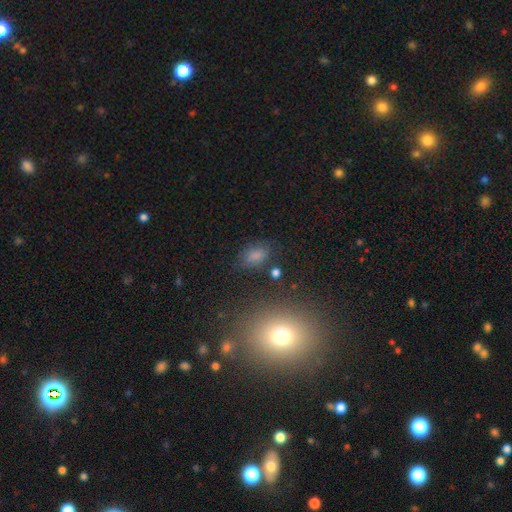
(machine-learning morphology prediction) A smooth galaxy with no disk features (75%) that is in between round and cigar-shaped (83%).

Vote fractions:
- Smooth or featured? smooth: 75% / star or artifact: 17% / featured or disk: 8%
- How rounded? in between: 83% / round: 15% / cigar-shaped: 3%
- Merging? none: 68% / minor disturbance: 20% / major disturbance: 7% / merger: 5%